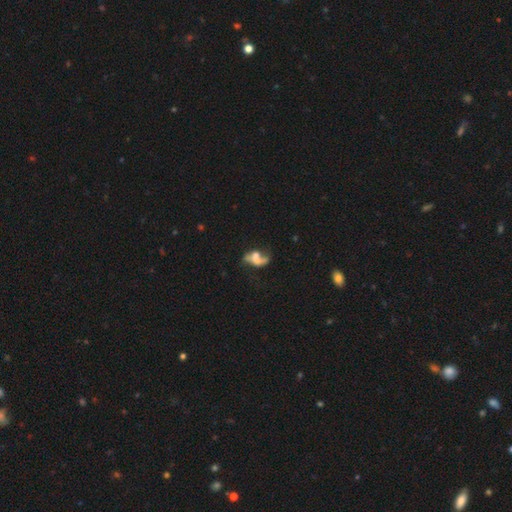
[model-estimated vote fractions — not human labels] smooth-or-featured: featured or disk: 52% | smooth: 35% | star or artifact: 12%
  disk-edge-on: no: 93% | yes: 7%
  merging: merger: 33% | none: 28% | major disturbance: 24% | minor disturbance: 15%